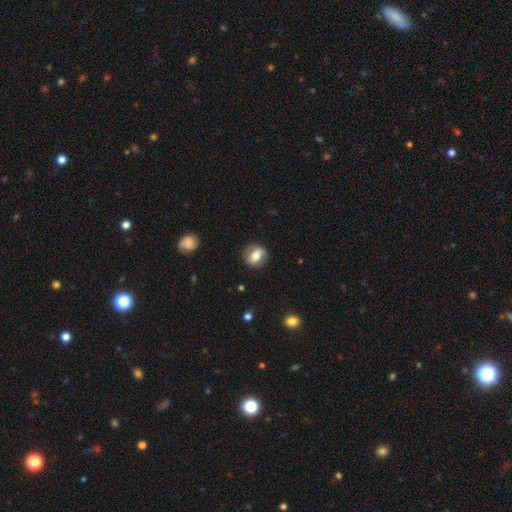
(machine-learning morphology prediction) Q: Smooth or featured?
A: smooth (62%); runner-up: featured or disk (29%)
Q: How rounded?
A: round (67%); runner-up: in between (32%)
Q: Merging?
A: none (81%); runner-up: minor disturbance (13%)